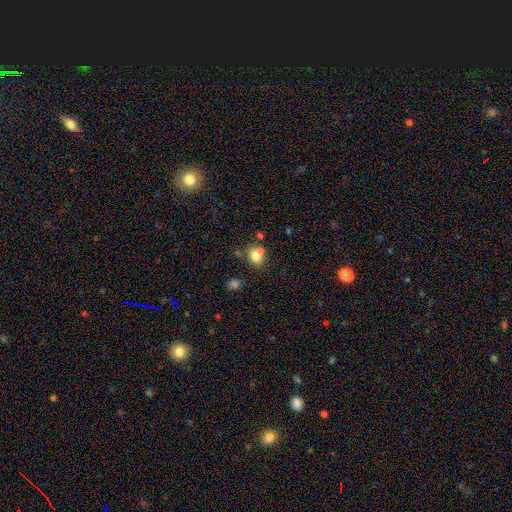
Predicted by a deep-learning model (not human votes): smooth 78%, star or artifact 12%, featured or disk 11%. Down the decision tree: how rounded — round (63%); merging — none (56%).